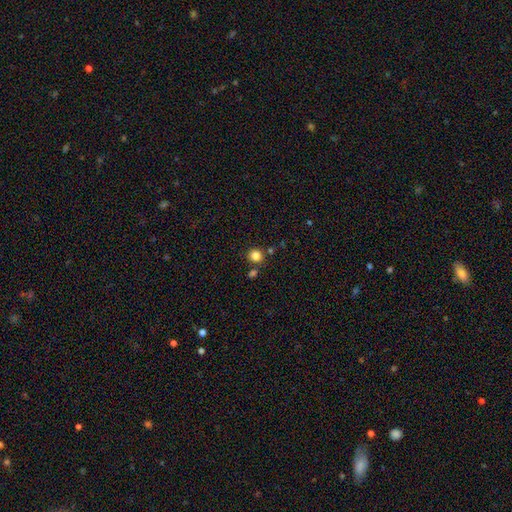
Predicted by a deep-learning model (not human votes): This is clearly a smooth galaxy (84%). How rounded: clearly round (83%). Merging: likely none (79%).